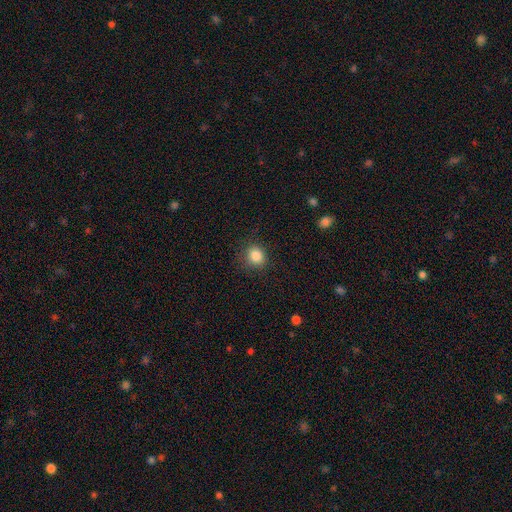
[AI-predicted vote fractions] smooth_or_featured: smooth (p=0.85) [alt: star or artifact p=0.11]
how_rounded: round (p=0.83) [alt: in between p=0.16]
merging: none (p=0.83) [alt: minor disturbance p=0.12]